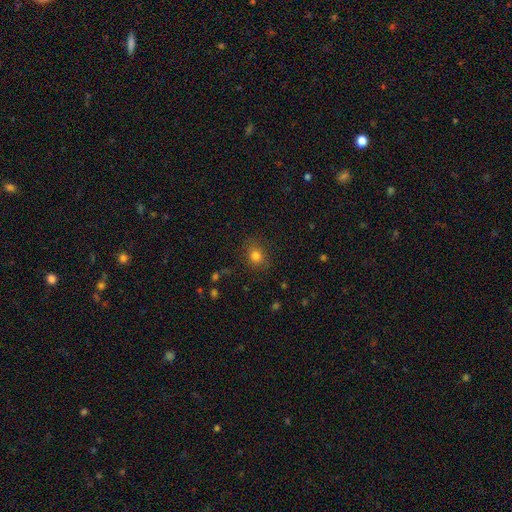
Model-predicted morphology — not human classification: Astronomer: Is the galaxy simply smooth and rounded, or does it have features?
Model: smooth — 80%.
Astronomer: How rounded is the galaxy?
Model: round — 68%.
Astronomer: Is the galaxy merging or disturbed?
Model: none — 84%.